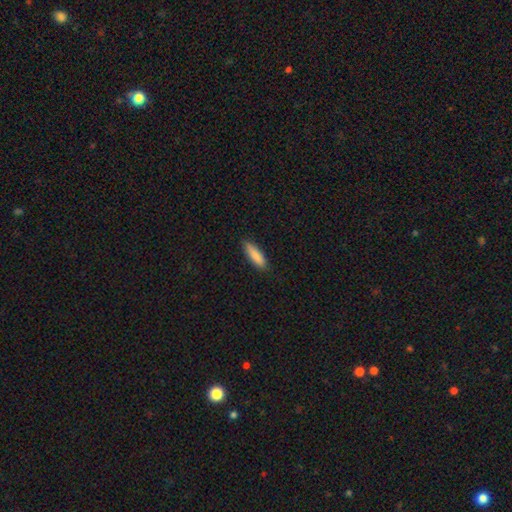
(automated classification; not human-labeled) Smooth or featured?
  - smooth: 87% *
  - featured or disk: 8%
  - star or artifact: 6%
How rounded?
  - cigar-shaped: 60% *
  - in between: 39%
  - round: 2%
Merging?
  - none: 87% *
  - minor disturbance: 11%
  - major disturbance: 2%
  - merger: 1%